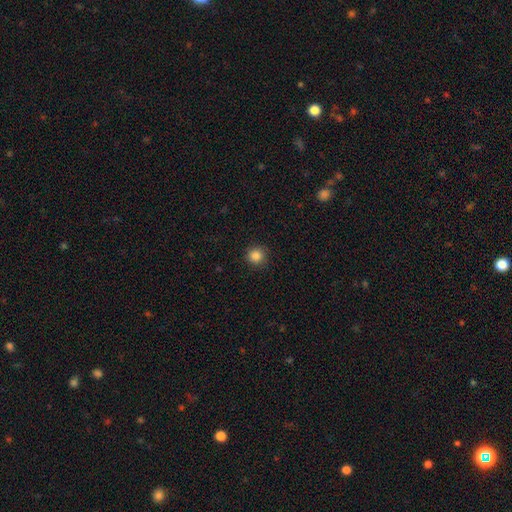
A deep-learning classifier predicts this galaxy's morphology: A smooth galaxy with no disk features (86%) that is round (94%). Merging: none (90%).